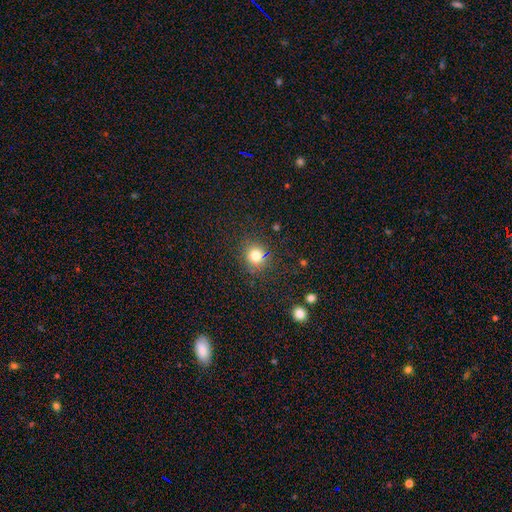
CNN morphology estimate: A smooth galaxy with no disk features (77%) that is round (87%).

Vote fractions:
- Smooth or featured? smooth: 77% / star or artifact: 17% / featured or disk: 7%
- How rounded? round: 87% / in between: 12% / cigar-shaped: 1%
- Merging? none: 83% / minor disturbance: 10% / major disturbance: 4% / merger: 2%